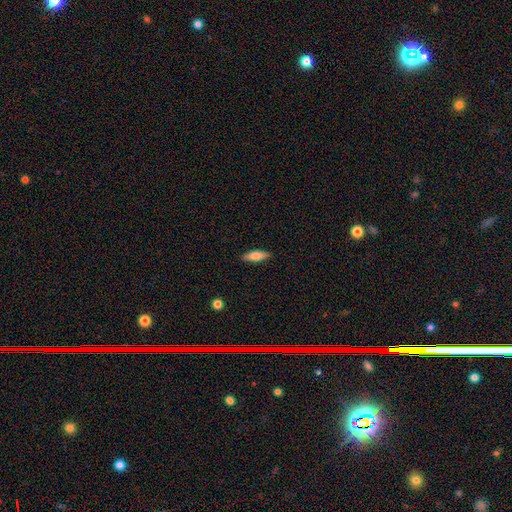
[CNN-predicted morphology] smooth_or_featured: smooth (p=0.69) [alt: featured or disk p=0.25]
how_rounded: cigar-shaped (p=0.50) [alt: in between p=0.48]
merging: none (p=0.88) [alt: minor disturbance p=0.09]